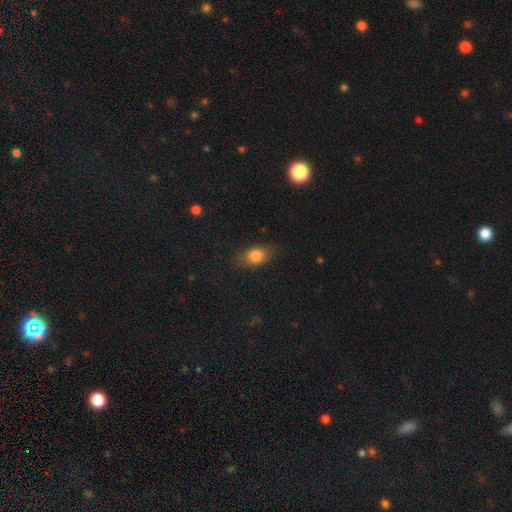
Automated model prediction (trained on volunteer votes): This is likely a smooth galaxy (80%). How rounded: likely in between (78%). Merging: likely none (77%).